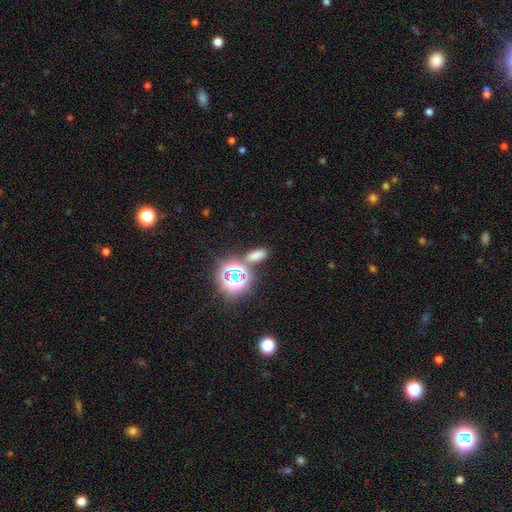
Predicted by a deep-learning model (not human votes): Smooth or featured? Predicted: smooth (p=0.64). How rounded? Predicted: in between (p=0.82). Merging? Predicted: none (p=0.75).